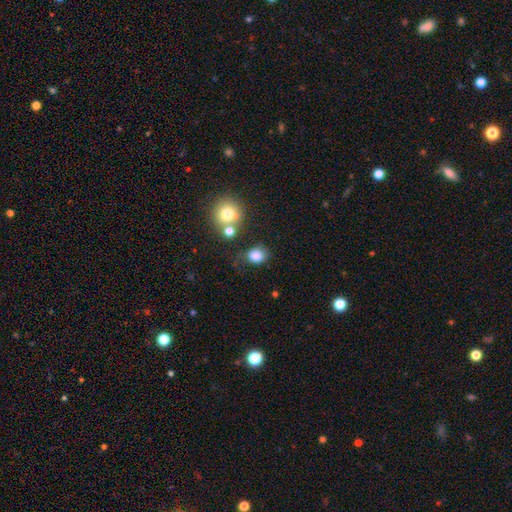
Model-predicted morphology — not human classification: Q: Smooth or featured?
A: smooth (83%); runner-up: star or artifact (11%)
Q: How rounded?
A: round (58%); runner-up: in between (41%)
Q: Merging?
A: none (64%); runner-up: minor disturbance (20%)